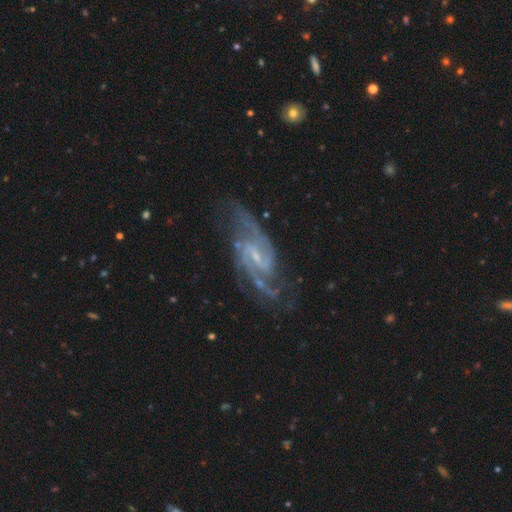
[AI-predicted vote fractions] Smooth or featured: featured or disk — 91% (star or artifact — 5%)
Edge-on disk: no — 96% (yes — 4%)
Bar: weak — 56% (strong — 25%)
Spiral arms: yes — 98% (no — 2%)
Spiral winding: medium — 57% (loose — 22%)
Spiral arm count: 2 — 70% (3 — 12%)
Bulge size: small — 65% (moderate — 20%)
Merging: none — 70% (minor disturbance — 18%)